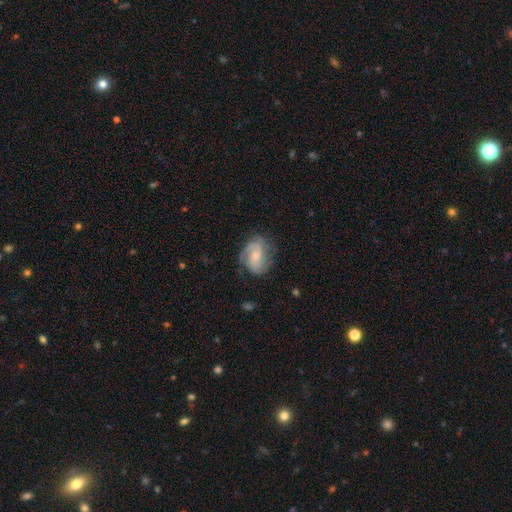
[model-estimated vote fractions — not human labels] Q: Smooth or featured?
A: featured or disk (71%); runner-up: smooth (23%)
Q: Edge-on disk?
A: no (97%); runner-up: yes (3%)
Q: Bar?
A: no (58%); runner-up: weak (33%)
Q: Spiral arms?
A: yes (92%); runner-up: no (8%)
Q: Spiral winding?
A: medium (43%); runner-up: tight (36%)
Q: Spiral arm count?
A: 2 (54%); runner-up: can't tell (19%)
Q: Bulge size?
A: small (58%); runner-up: moderate (36%)
Q: Merging?
A: none (66%); runner-up: minor disturbance (22%)